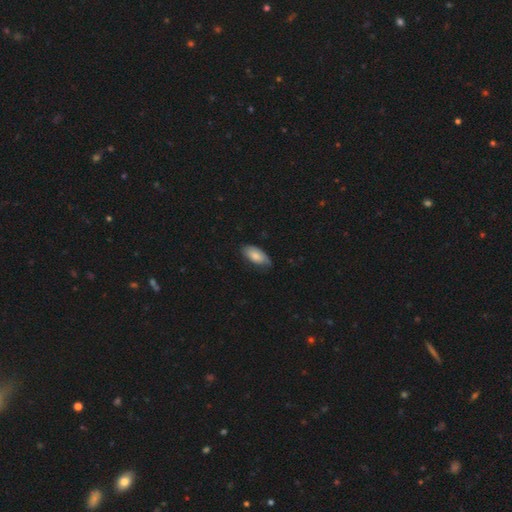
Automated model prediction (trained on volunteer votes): Smooth or featured? smooth (78%)
How rounded? in between (91%)
Merging? none (65%)